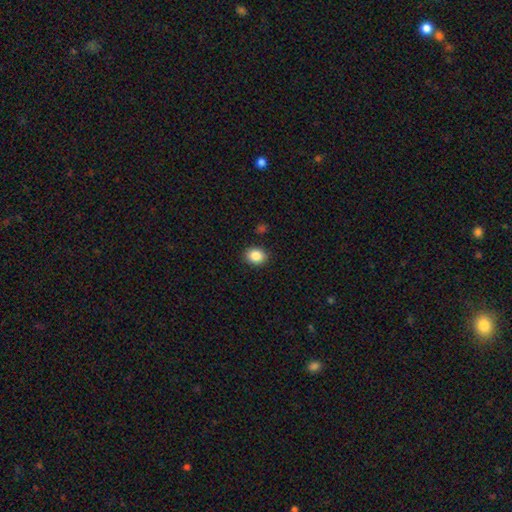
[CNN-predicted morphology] The model was most divided on "how rounded": in between: 50%, round: 49%, cigar-shaped: 1%. More confident: merging — none (89%); smooth or featured — smooth (86%).